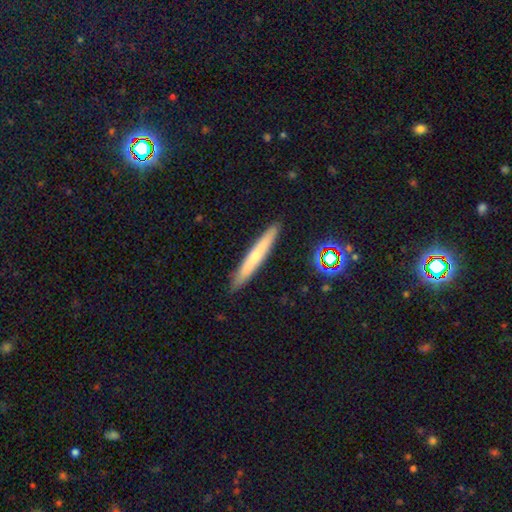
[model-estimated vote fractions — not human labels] Smooth or featured? Predicted: smooth (p=0.52). How rounded? Predicted: cigar-shaped (p=0.95). Merging? Predicted: none (p=0.90).